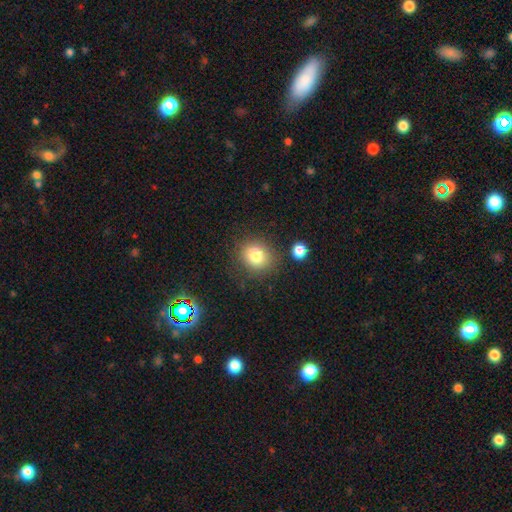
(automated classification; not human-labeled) smooth-or-featured: smooth: 80% | star or artifact: 11% | featured or disk: 8%
  how-rounded: round: 79% | in between: 20% | cigar-shaped: 1%
  merging: none: 82% | minor disturbance: 10% | merger: 4% | major disturbance: 4%